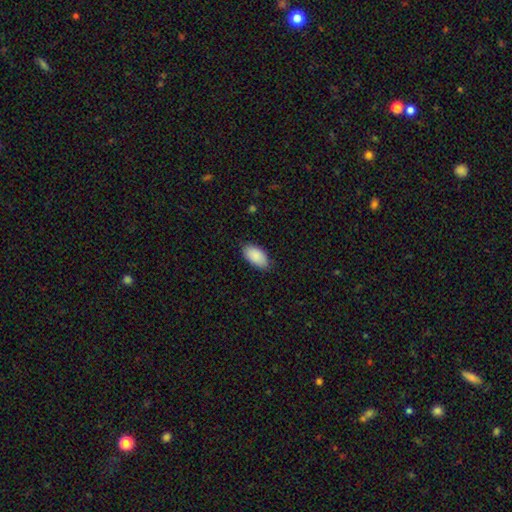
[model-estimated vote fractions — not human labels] Smooth or featured?
  - smooth: 89% *
  - star or artifact: 6%
  - featured or disk: 5%
How rounded?
  - in between: 95% *
  - round: 2%
  - cigar-shaped: 2%
Merging?
  - none: 83% *
  - minor disturbance: 14%
  - major disturbance: 2%
  - merger: 1%